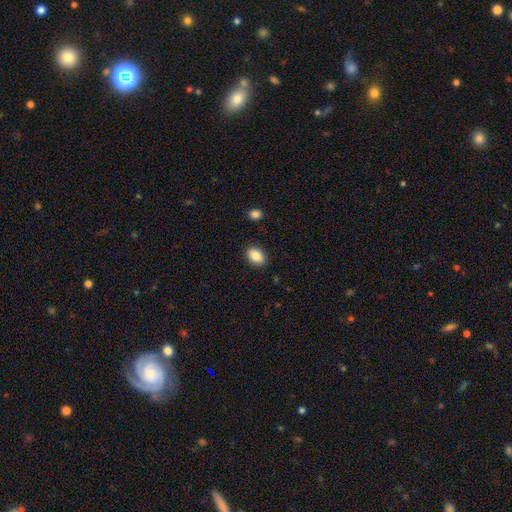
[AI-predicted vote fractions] Morphology: type=smooth (86%); roundness=in between (82%); merging=none (89%).